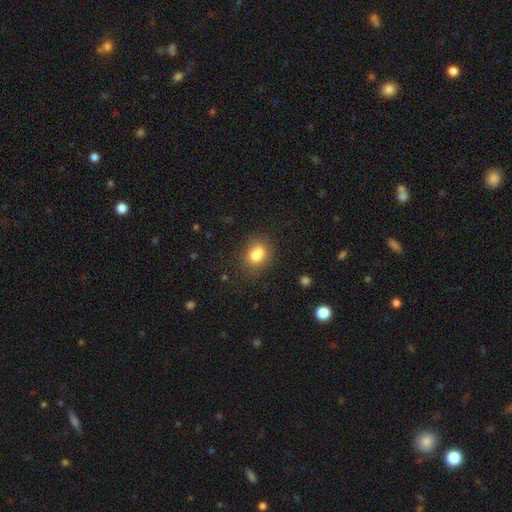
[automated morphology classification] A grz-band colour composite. It shows a smooth galaxy with no disk features (74%) that is round (52%). Merging: none (46%).